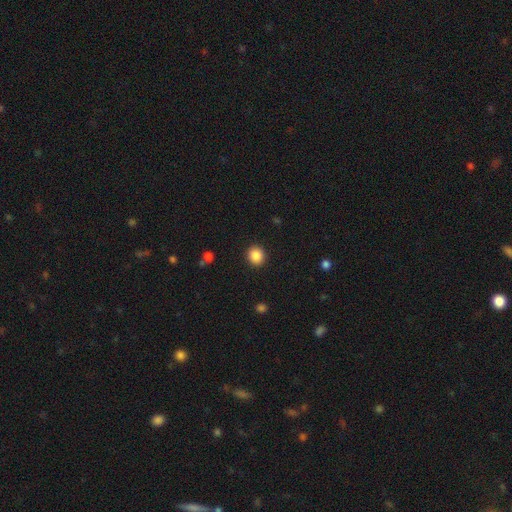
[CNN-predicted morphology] A smooth galaxy with no disk features (87%) that is round (85%).

Vote fractions:
- Smooth or featured? smooth: 87% / star or artifact: 9% / featured or disk: 4%
- How rounded? round: 85% / in between: 14% / cigar-shaped: 1%
- Merging? none: 92% / minor disturbance: 5% / major disturbance: 2% / merger: 1%